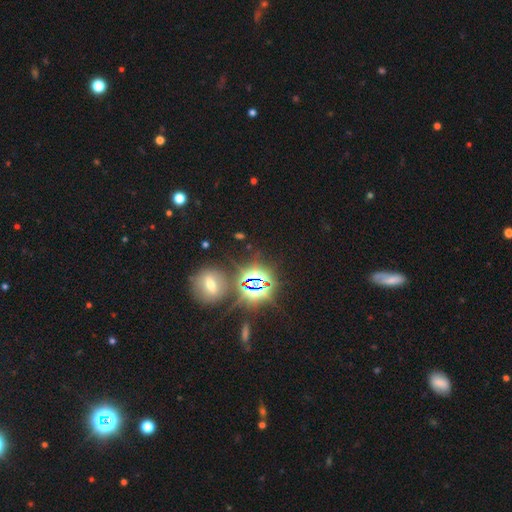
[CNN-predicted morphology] The model was most divided on "smooth or featured": star or artifact: 66%, smooth: 21%, featured or disk: 13%.